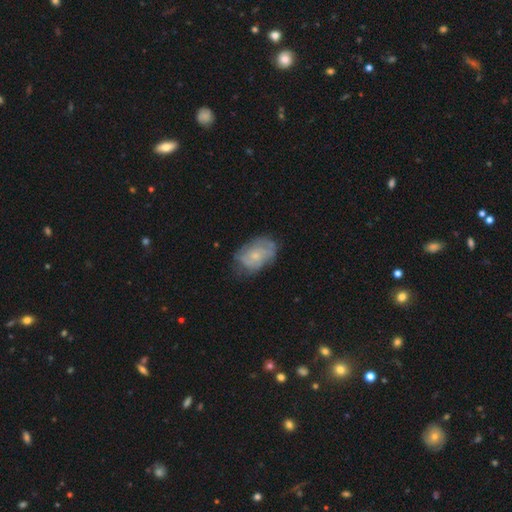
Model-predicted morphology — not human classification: Overall: featured or disk (57%; smooth 36%). Edge-on disk: no (96%). Bar: no (78%). Spiral arms: yes (71%). Bulge size: small (67%). Merging: none (59%; minor disturbance 27%).